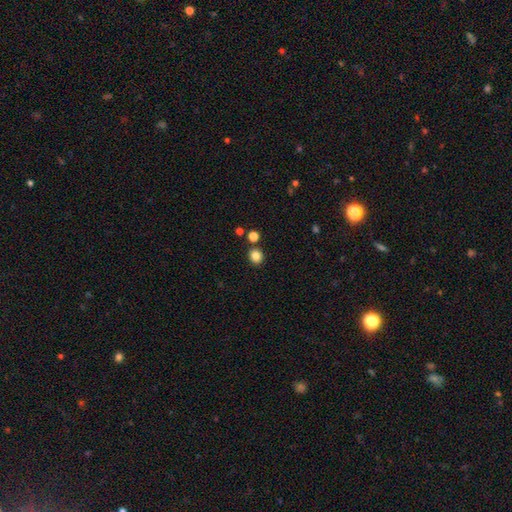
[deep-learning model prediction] Morphology: type=smooth (84%); roundness=round (85%); merging=none (85%).